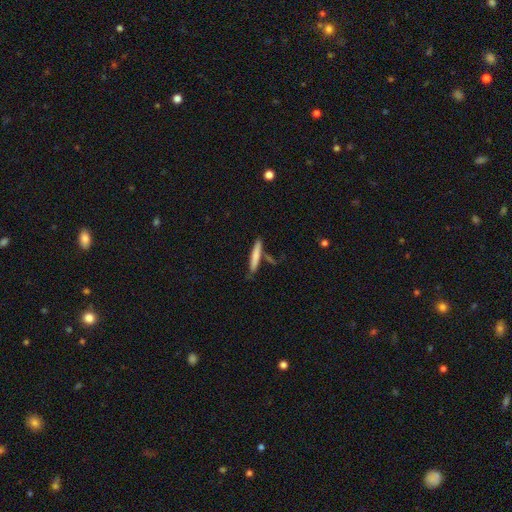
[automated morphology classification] A smooth galaxy with no disk features (72%) that is cigar-shaped (93%).

Vote fractions:
- Smooth or featured? smooth: 72% / featured or disk: 23% / star or artifact: 6%
- How rounded? cigar-shaped: 93% / in between: 5% / round: 1%
- Merging? none: 77% / minor disturbance: 13% / merger: 8% / major disturbance: 3%